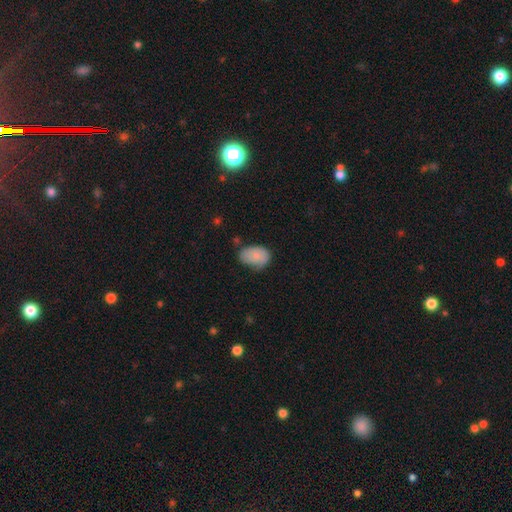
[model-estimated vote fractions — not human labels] Morphology: type=smooth (79%); roundness=in between (82%); merging=none (49%).